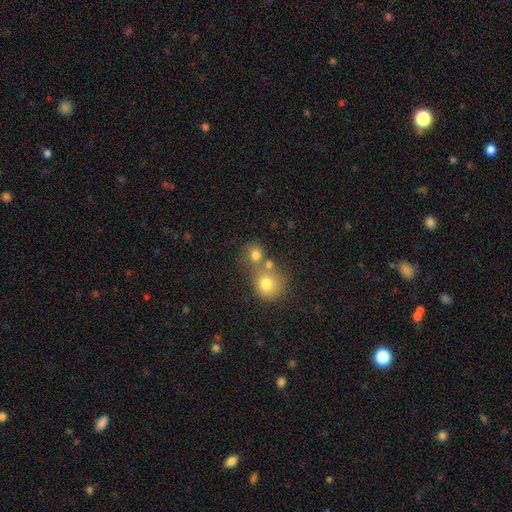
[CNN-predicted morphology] A smooth galaxy with no disk features (74%) that is round (81%). Merging: merger (48%).